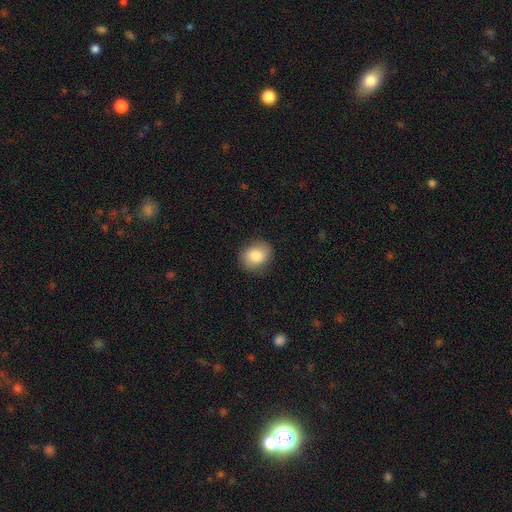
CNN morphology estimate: smooth_or_featured: smooth (p=0.82) [alt: featured or disk p=0.10]
how_rounded: round (p=0.60) [alt: in between p=0.39]
merging: none (p=0.85) [alt: minor disturbance p=0.11]